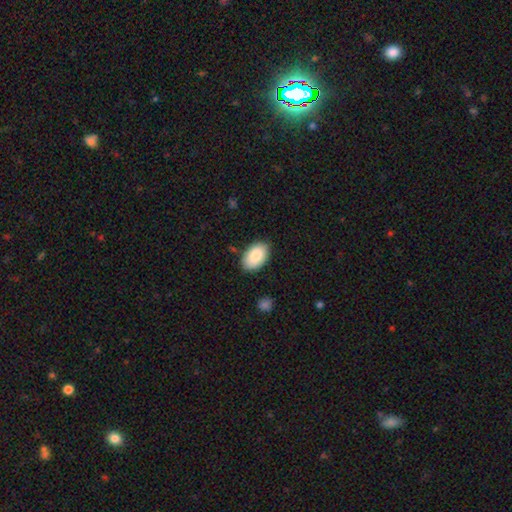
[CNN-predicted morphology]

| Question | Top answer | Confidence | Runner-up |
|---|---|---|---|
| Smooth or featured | smooth | 85% | featured or disk (9%) |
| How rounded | in between | 93% | round (6%) |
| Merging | none | 85% | minor disturbance (11%) |